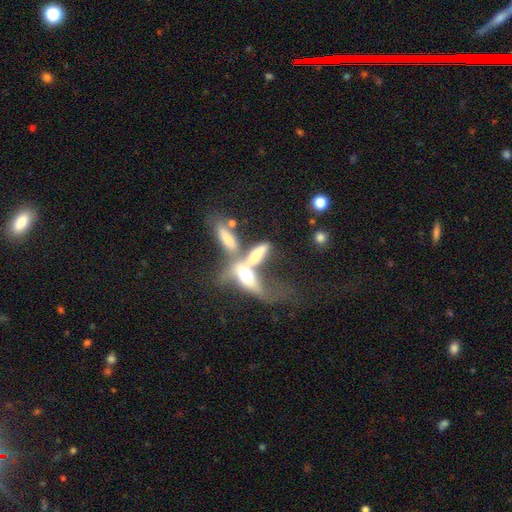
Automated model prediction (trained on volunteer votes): smooth 49%, featured or disk 41%, star or artifact 10%. Down the decision tree: merging — merger (71%).